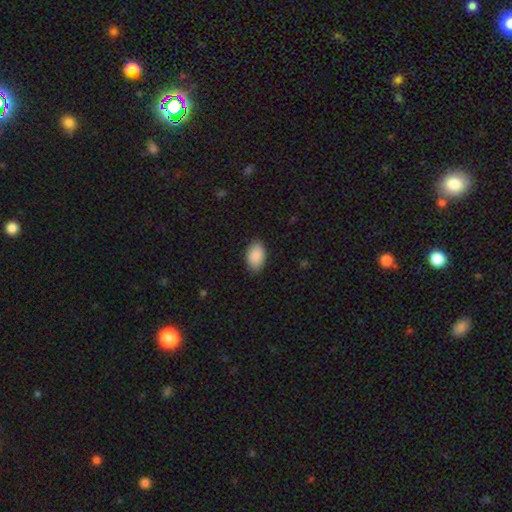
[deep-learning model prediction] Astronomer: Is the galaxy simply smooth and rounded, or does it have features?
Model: smooth — 88%.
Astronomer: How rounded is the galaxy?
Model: in between — 92%.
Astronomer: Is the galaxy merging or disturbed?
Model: none — 86%.